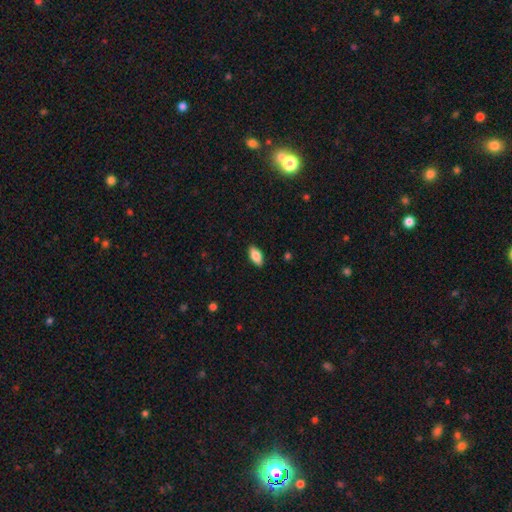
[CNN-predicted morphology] Q: Smooth or featured?
A: smooth (85%); runner-up: featured or disk (9%)
Q: How rounded?
A: in between (90%); runner-up: cigar-shaped (8%)
Q: Merging?
A: none (89%); runner-up: minor disturbance (8%)